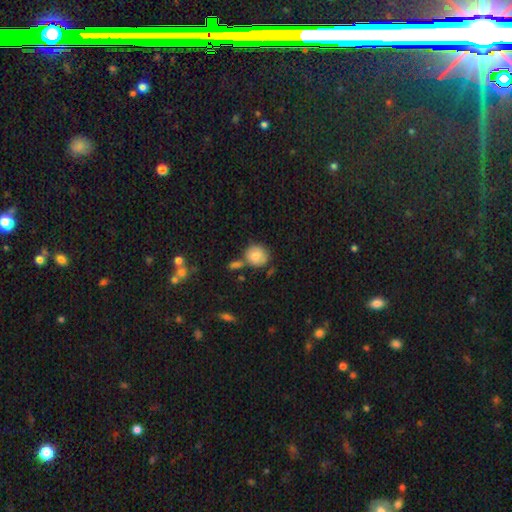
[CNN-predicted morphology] smooth_or_featured: smooth (p=0.79) [alt: featured or disk p=0.12]
how_rounded: round (p=0.83) [alt: in between p=0.16]
merging: none (p=0.63) [alt: merger p=0.17]